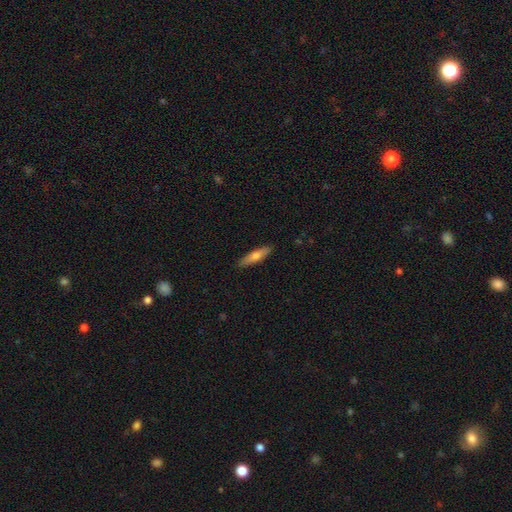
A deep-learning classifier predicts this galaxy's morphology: Smooth or featured: smooth — 65% (featured or disk — 29%)
How rounded: cigar-shaped — 75% (in between — 23%)
Merging: none — 89% (minor disturbance — 8%)